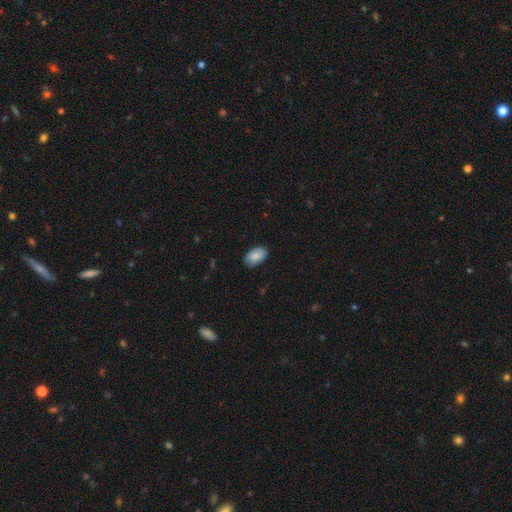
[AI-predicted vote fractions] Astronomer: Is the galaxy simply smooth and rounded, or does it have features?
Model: smooth — 84%.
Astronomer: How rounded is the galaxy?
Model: in between — 93%.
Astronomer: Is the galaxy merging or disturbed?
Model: none — 84%.